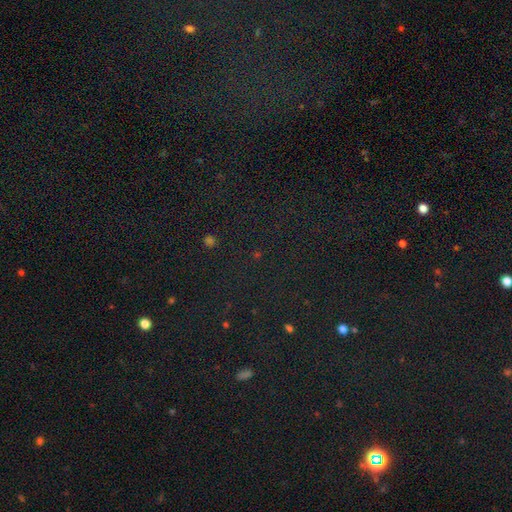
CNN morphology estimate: Q: Smooth or featured?
A: star or artifact (80%); runner-up: smooth (13%)